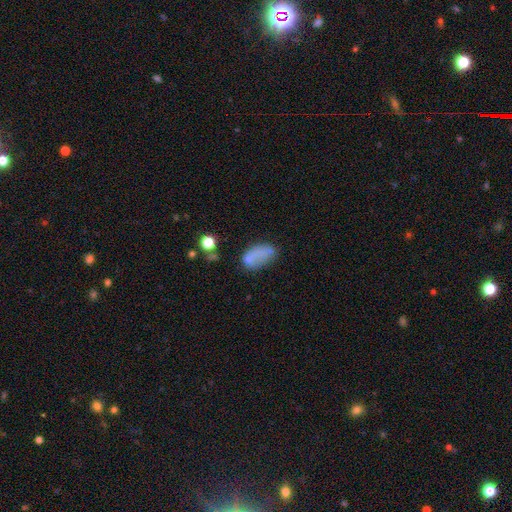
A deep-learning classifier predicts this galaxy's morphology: The model was most divided on "merging": none: 44%, minor disturbance: 25%, major disturbance: 17%, merger: 13%. More confident: how rounded — in between (89%); smooth or featured — smooth (66%).